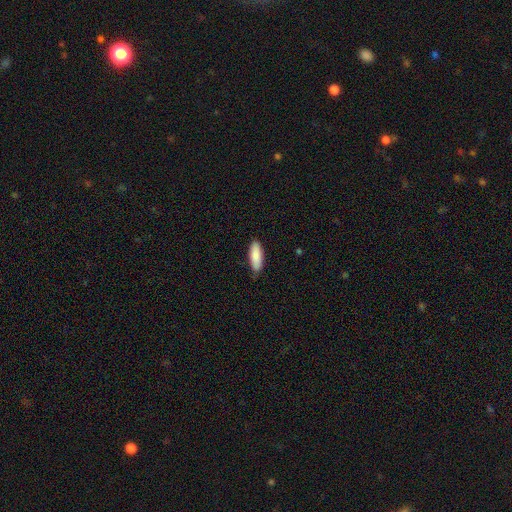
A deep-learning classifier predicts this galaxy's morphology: Overall: smooth (87%). How rounded: in between (64%; cigar-shaped 35%). Merging: none (83%).